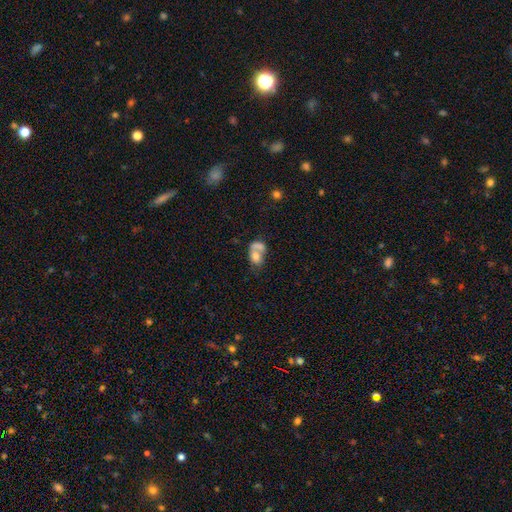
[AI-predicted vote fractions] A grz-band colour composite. It shows a smooth galaxy with no disk features (65%) that is in between round and cigar-shaped (70%). Merging: merger (60%).